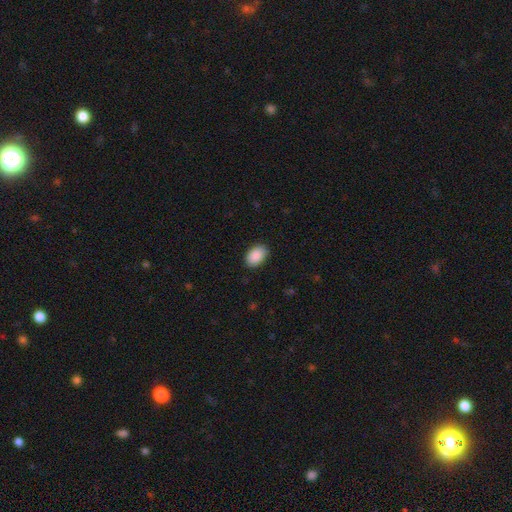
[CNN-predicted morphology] smooth 90%, star or artifact 7%, featured or disk 3%. Down the decision tree: how rounded — in between (90%); merging — none (88%).